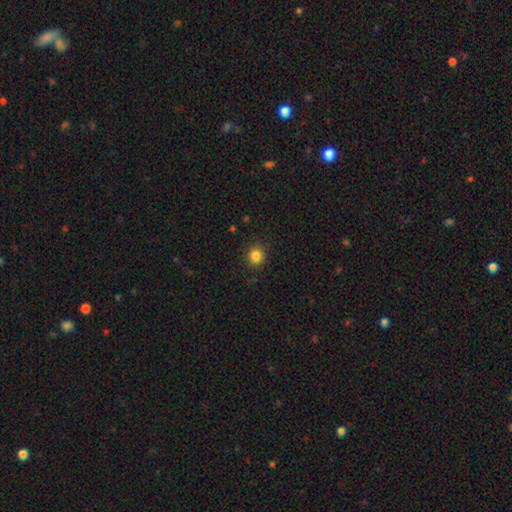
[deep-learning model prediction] Q: Smooth or featured?
A: smooth (84%); runner-up: star or artifact (12%)
Q: How rounded?
A: round (88%); runner-up: in between (11%)
Q: Merging?
A: none (91%); runner-up: minor disturbance (6%)